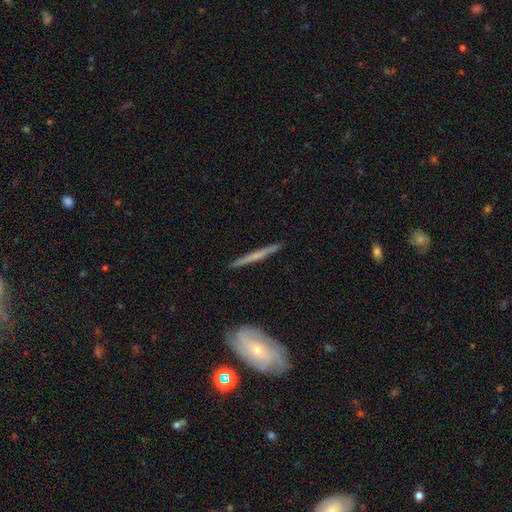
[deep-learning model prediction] smooth_or_featured: featured or disk (p=0.61) [alt: smooth p=0.33]
disk_edge_on: yes (p=0.95) [alt: no p=0.05]
edge_on_bulge: none (p=0.58) [alt: rounded p=0.35]
merging: none (p=0.90) [alt: minor disturbance p=0.07]